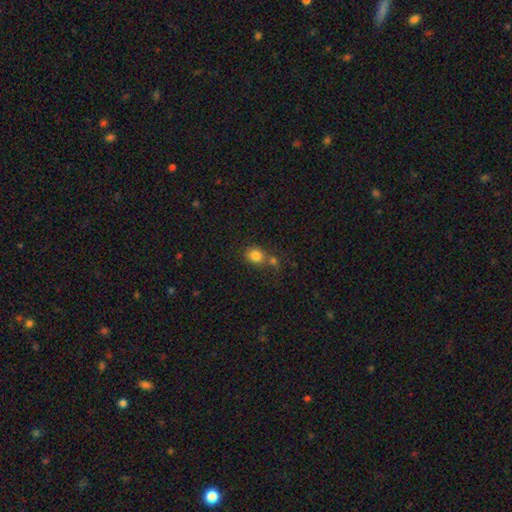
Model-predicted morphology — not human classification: A smooth galaxy with no disk features (82%) that is round (71%).

Vote fractions:
- Smooth or featured? smooth: 82% / star or artifact: 11% / featured or disk: 7%
- How rounded? round: 71% / in between: 28% / cigar-shaped: 1%
- Merging? none: 50% / merger: 32% / minor disturbance: 12% / major disturbance: 6%